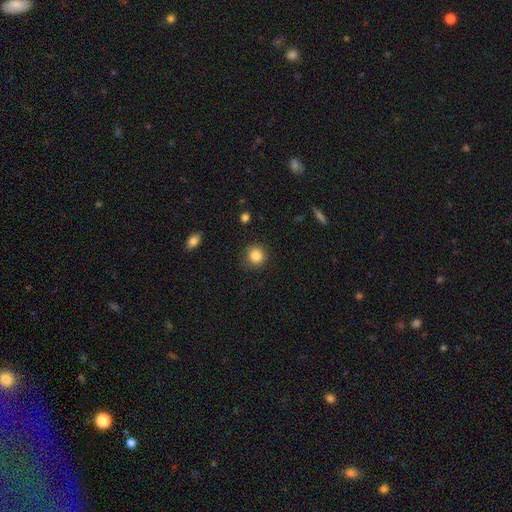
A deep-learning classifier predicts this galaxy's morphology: Q: Smooth or featured?
A: smooth (86%); runner-up: star or artifact (10%)
Q: How rounded?
A: round (90%); runner-up: in between (9%)
Q: Merging?
A: none (86%); runner-up: minor disturbance (10%)